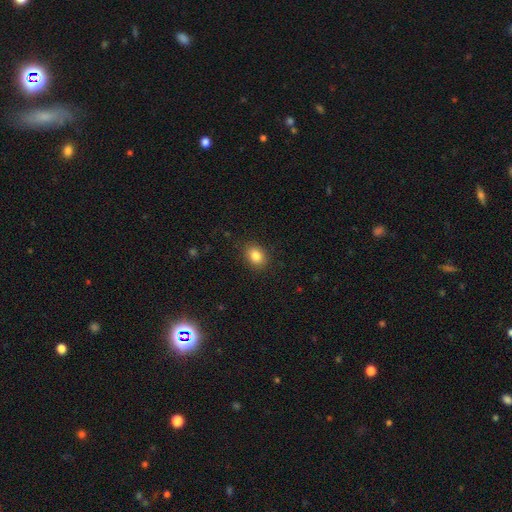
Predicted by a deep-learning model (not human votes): Smooth or featured? smooth (85%)
How rounded? in between (65%)
Merging? none (87%)